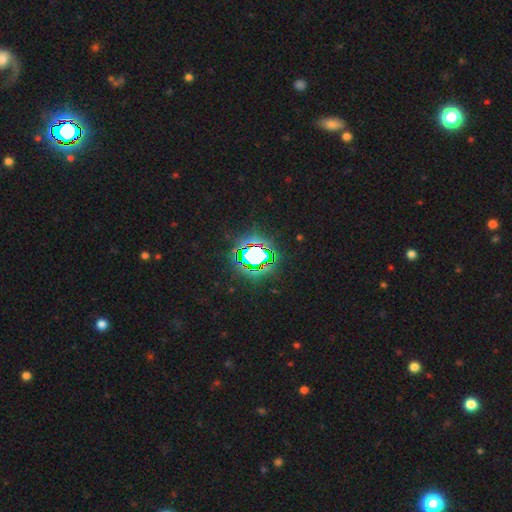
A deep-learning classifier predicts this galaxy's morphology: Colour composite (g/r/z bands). It shows a star or artifact, not a galaxy (71%).